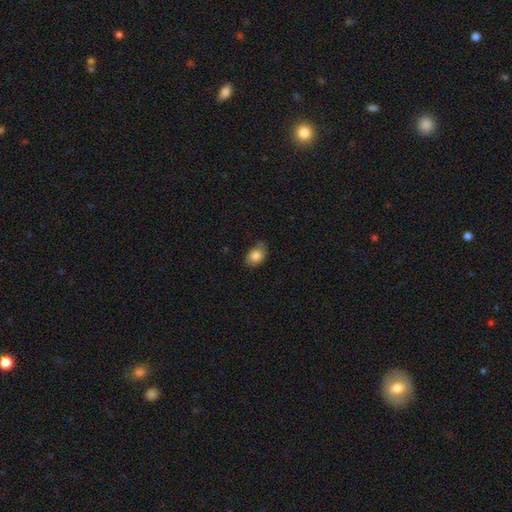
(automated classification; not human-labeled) Morphology: type=smooth (82%); roundness=in between (77%); merging=none (61%).